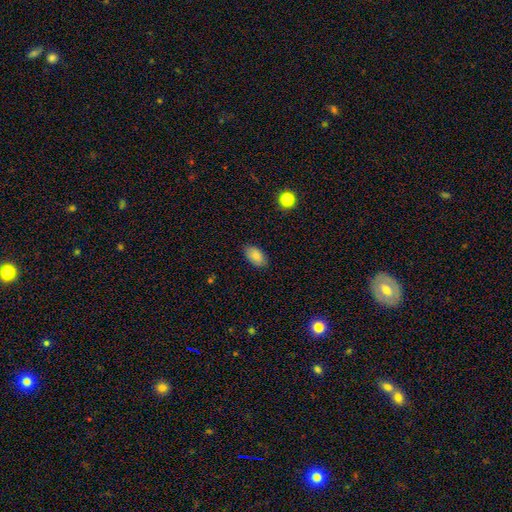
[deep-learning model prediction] The model was most divided on "merging": none: 85%, minor disturbance: 11%, major disturbance: 2%, merger: 1%. More confident: how rounded — in between (93%); smooth or featured — smooth (84%).